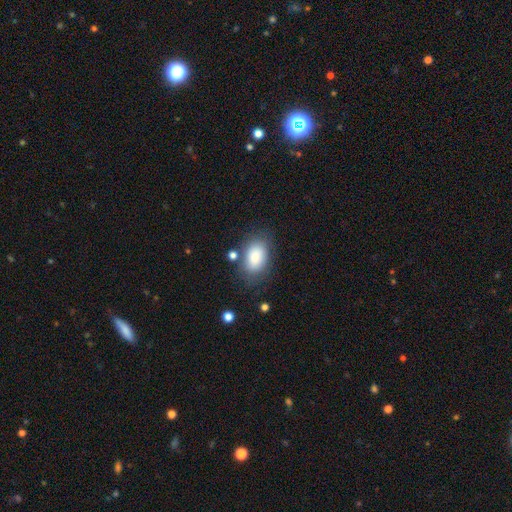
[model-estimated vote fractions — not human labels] A smooth galaxy with no disk features (84%) that is in between round and cigar-shaped (87%). Merging: none (70%).